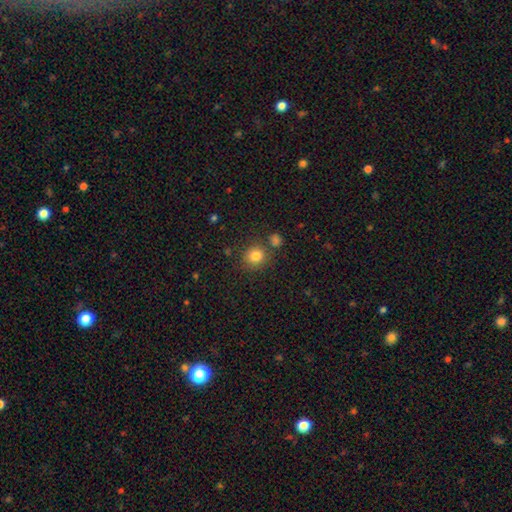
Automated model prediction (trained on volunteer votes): Morphology: type=smooth (82%); roundness=round (84%); merging=none (78%).